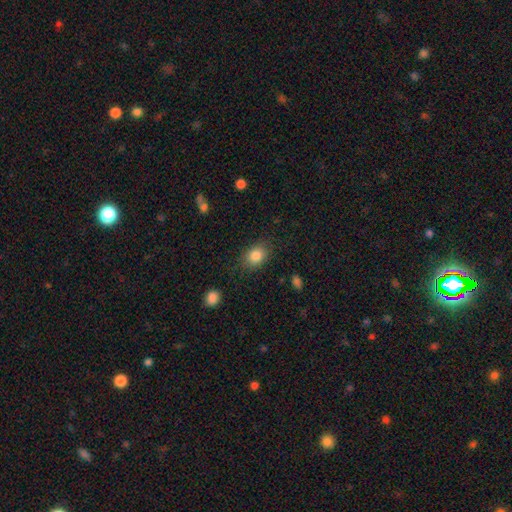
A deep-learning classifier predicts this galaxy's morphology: Q: Smooth or featured?
A: smooth (84%); runner-up: star or artifact (9%)
Q: How rounded?
A: in between (65%); runner-up: round (34%)
Q: Merging?
A: none (81%); runner-up: minor disturbance (13%)